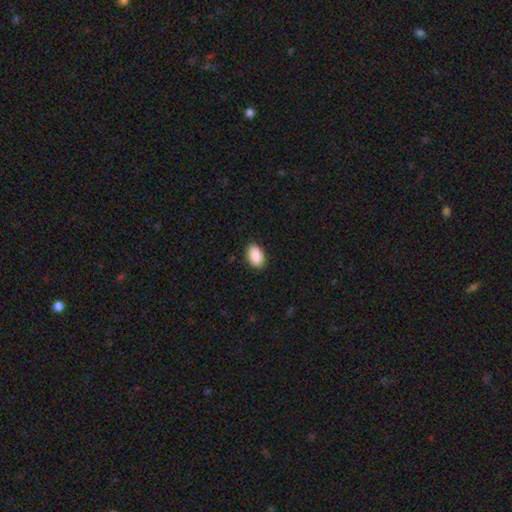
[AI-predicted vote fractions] smooth_or_featured: smooth (p=0.91) [alt: star or artifact p=0.07]
how_rounded: in between (p=0.91) [alt: round p=0.08]
merging: none (p=0.89) [alt: minor disturbance p=0.08]